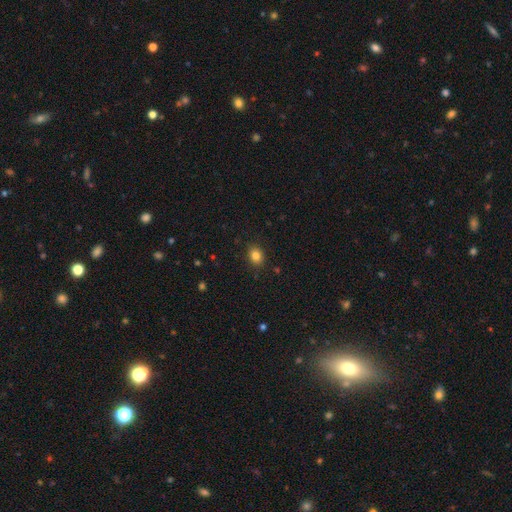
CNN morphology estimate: This is clearly a smooth galaxy (83%). How rounded: possibly round (53%). Merging: clearly none (88%).